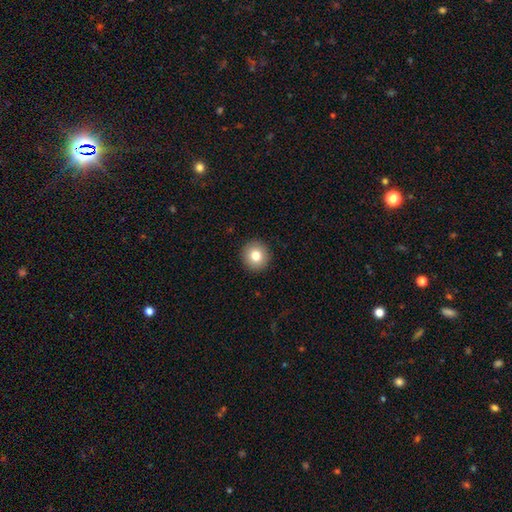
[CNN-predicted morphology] A smooth galaxy with no disk features (79%) that is round (94%). Merging: none (93%).